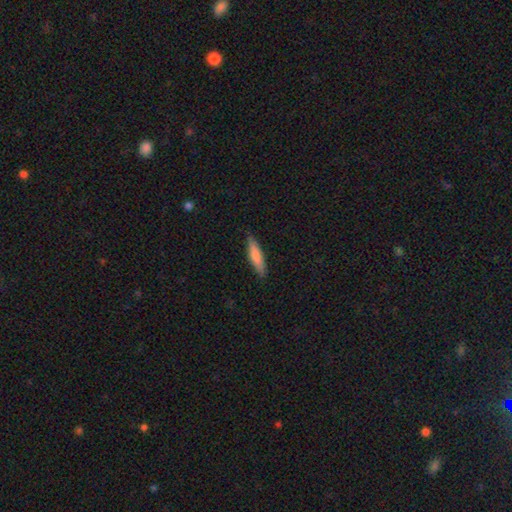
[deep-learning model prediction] Morphology: type=smooth (76%); roundness=cigar-shaped (79%); merging=none (85%).